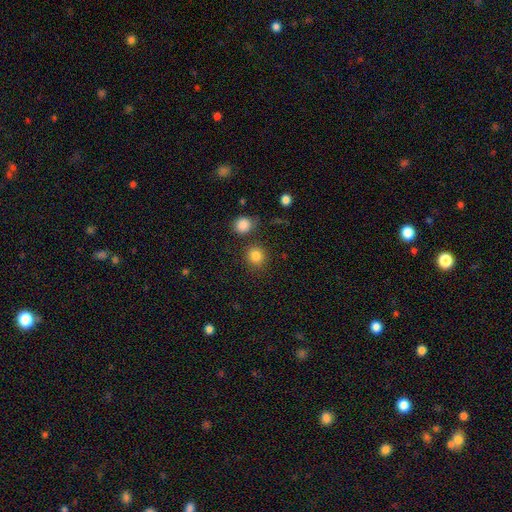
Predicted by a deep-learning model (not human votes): This is clearly a smooth galaxy (84%). How rounded: clearly round (89%). Merging: clearly none (82%).